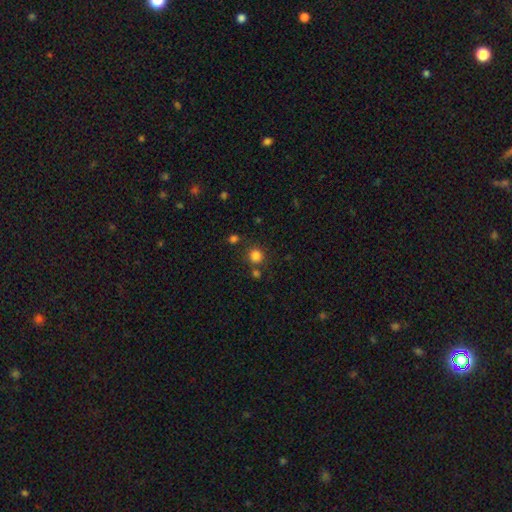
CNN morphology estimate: Overall: smooth (82%). How rounded: round (91%). Merging: none (77%).